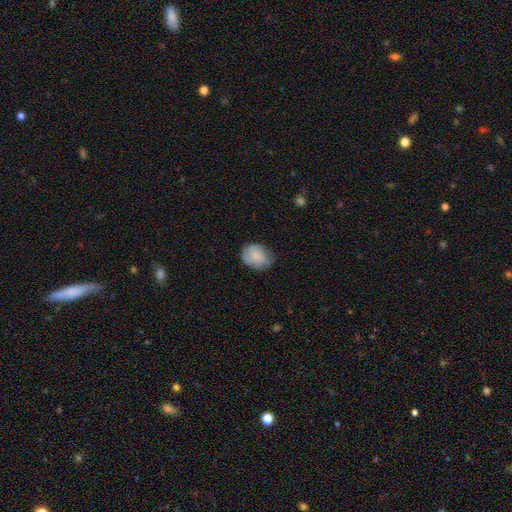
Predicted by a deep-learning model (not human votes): Smooth or featured? Predicted: smooth (p=0.78). How rounded? Predicted: in between (p=0.51). Merging? Predicted: none (p=0.64).